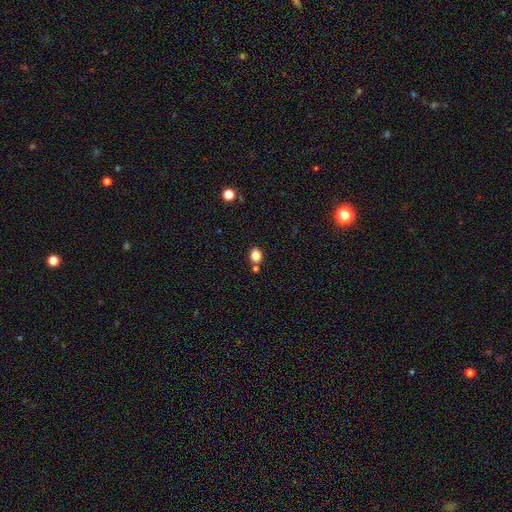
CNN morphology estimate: smooth 84%, star or artifact 11%, featured or disk 5%. Down the decision tree: how rounded — in between (51%); merging — none (76%).